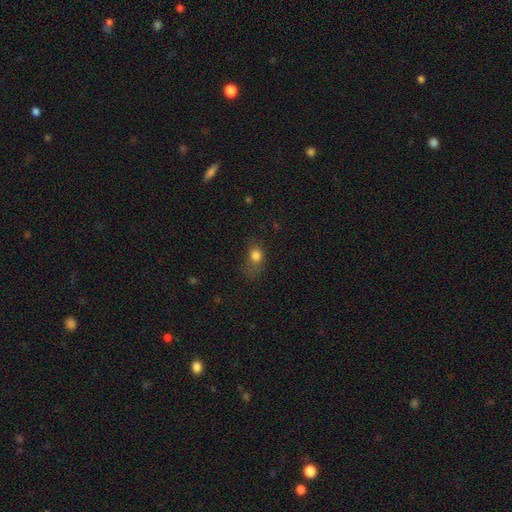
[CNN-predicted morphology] A smooth galaxy with no disk features (78%) that is in between round and cigar-shaped (51%).

Vote fractions:
- Smooth or featured? smooth: 78% / star or artifact: 13% / featured or disk: 8%
- How rounded? in between: 51% / round: 47% / cigar-shaped: 2%
- Merging? none: 43% / minor disturbance: 30% / major disturbance: 25% / merger: 3%